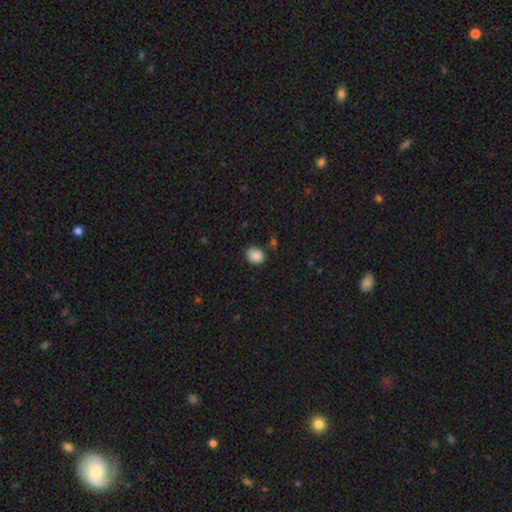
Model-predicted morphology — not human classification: smooth_or_featured: smooth (p=0.88) [alt: star or artifact p=0.09]
how_rounded: round (p=0.53) [alt: in between p=0.46]
merging: none (p=0.78) [alt: minor disturbance p=0.15]